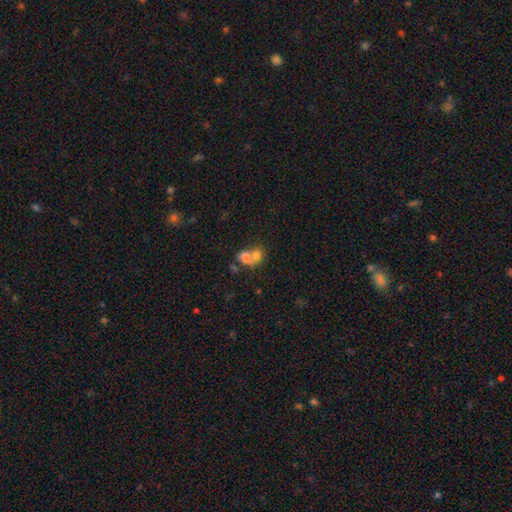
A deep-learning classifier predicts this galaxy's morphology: The model was most divided on "how rounded": round: 59%, in between: 40%, cigar-shaped: 1%. More confident: smooth or featured — smooth (71%); merging — merger (70%).